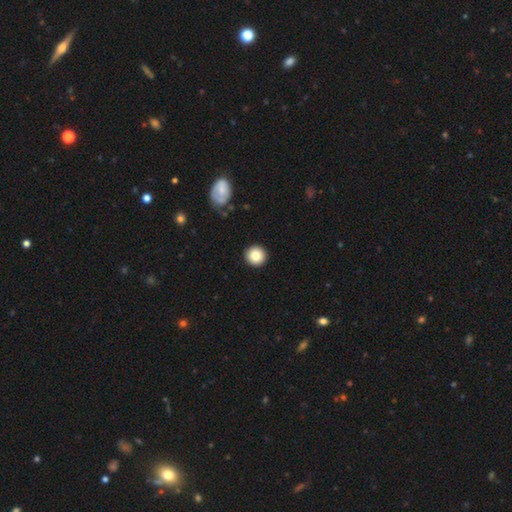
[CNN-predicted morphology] A smooth galaxy with no disk features (86%) that is round (94%). Merging: none (91%).